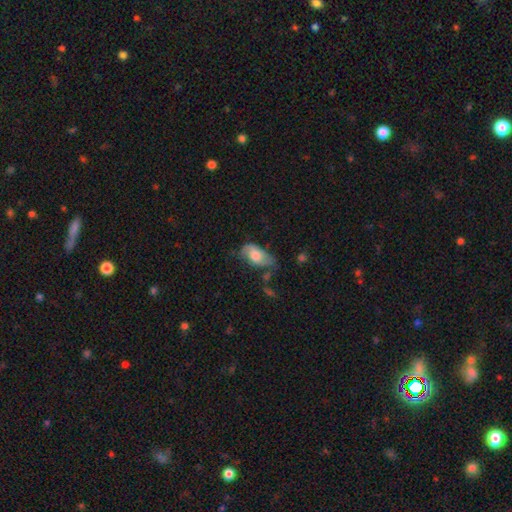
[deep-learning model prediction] Morphology: type=smooth (59%); roundness=in between (91%); merging=none (43%).